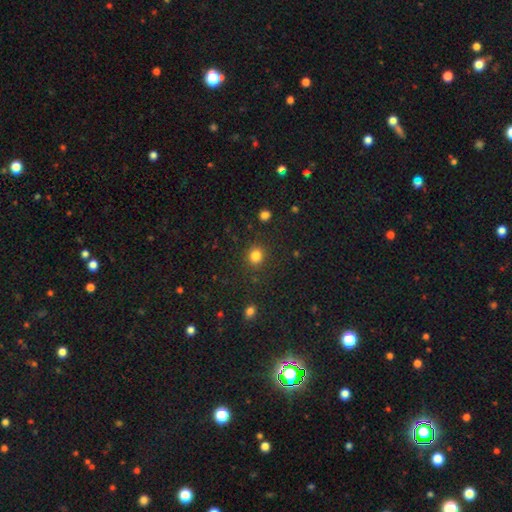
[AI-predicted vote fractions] Overall: smooth (83%). How rounded: round (77%). Merging: none (86%).